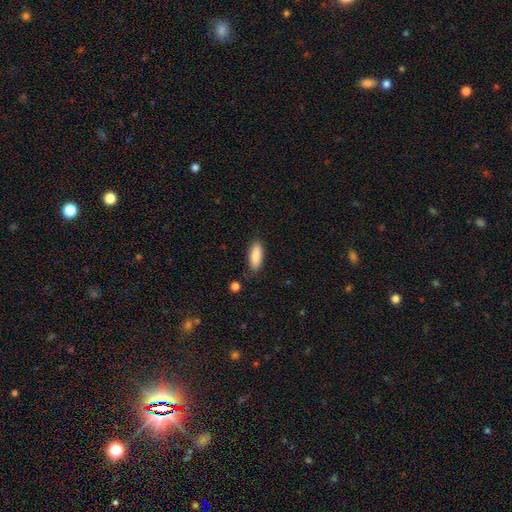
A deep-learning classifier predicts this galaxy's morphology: smooth-or-featured: smooth: 88% | star or artifact: 6% | featured or disk: 5%
  how-rounded: in between: 71% | cigar-shaped: 27% | round: 2%
  merging: none: 85% | minor disturbance: 11% | major disturbance: 2% | merger: 2%